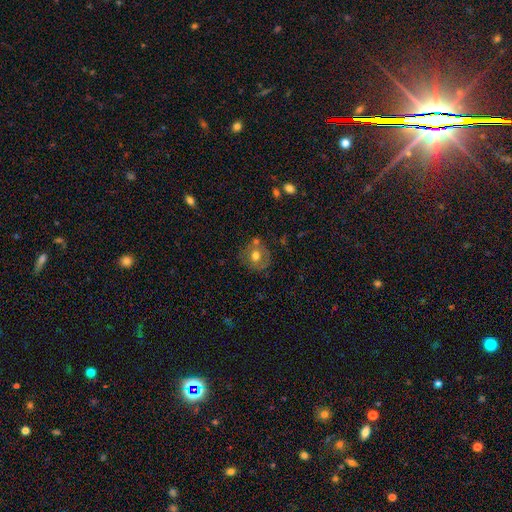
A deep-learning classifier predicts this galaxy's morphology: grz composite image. It shows a smooth galaxy with no disk features (59%) that is round (84%). Merging: none (68%).